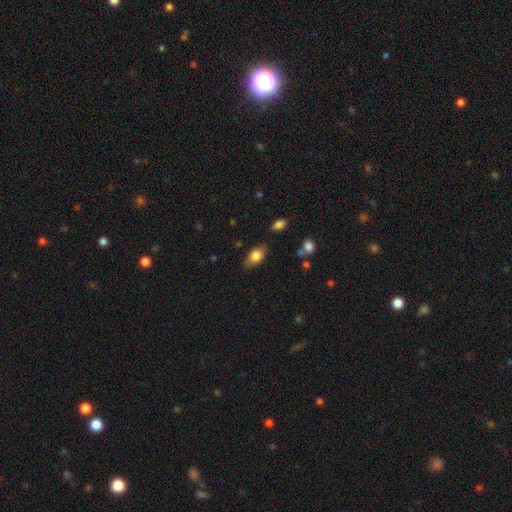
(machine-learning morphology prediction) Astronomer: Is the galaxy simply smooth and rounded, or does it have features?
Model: smooth — 77%.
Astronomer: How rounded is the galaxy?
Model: in between — 86%.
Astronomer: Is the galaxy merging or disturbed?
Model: none — 78%.